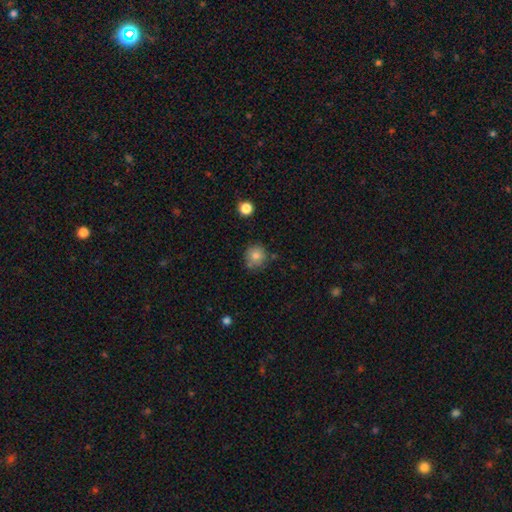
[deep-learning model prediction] smooth 81%, star or artifact 11%, featured or disk 8%. Down the decision tree: how rounded — round (90%); merging — none (76%).